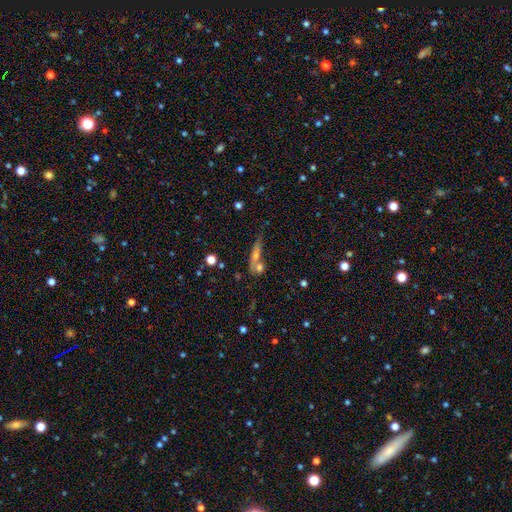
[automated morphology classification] This is possibly a smooth galaxy (48%). Merging: possibly none (48%).